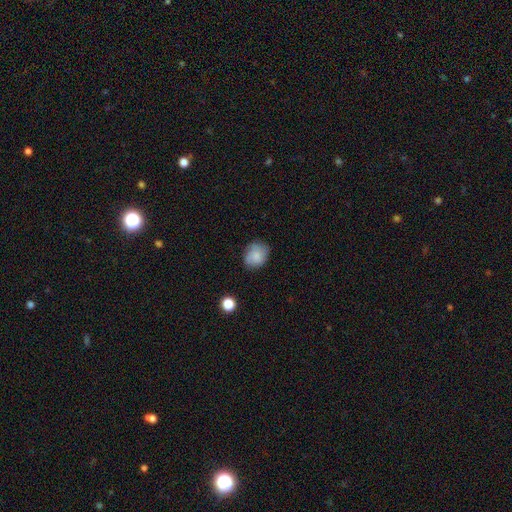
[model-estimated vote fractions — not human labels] Smooth or featured?
  - smooth: 76% *
  - featured or disk: 16%
  - star or artifact: 8%
How rounded?
  - round: 60% *
  - in between: 39%
  - cigar-shaped: 1%
Merging?
  - none: 74% *
  - minor disturbance: 20%
  - major disturbance: 5%
  - merger: 1%